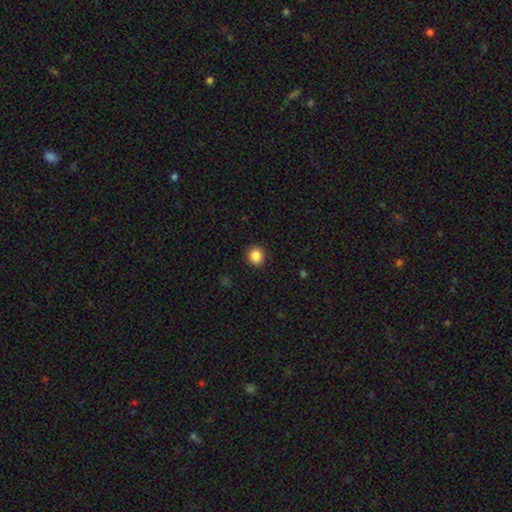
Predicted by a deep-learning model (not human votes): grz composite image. It shows a smooth galaxy with no disk features (87%) that is round (86%). Merging: none (90%).